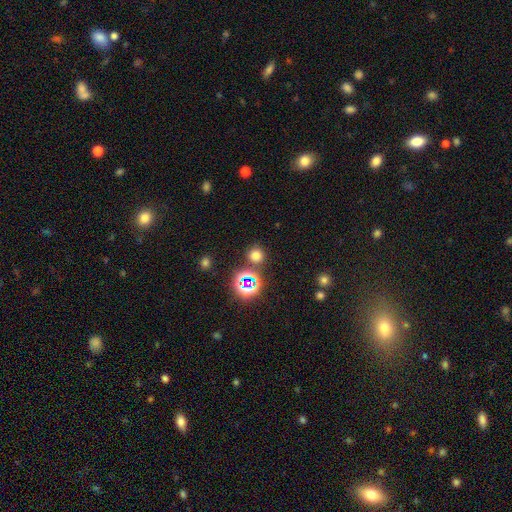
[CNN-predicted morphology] Smooth or featured: smooth — 66% (star or artifact — 28%)
How rounded: round — 90% (in between — 9%)
Merging: none — 82% (minor disturbance — 8%)